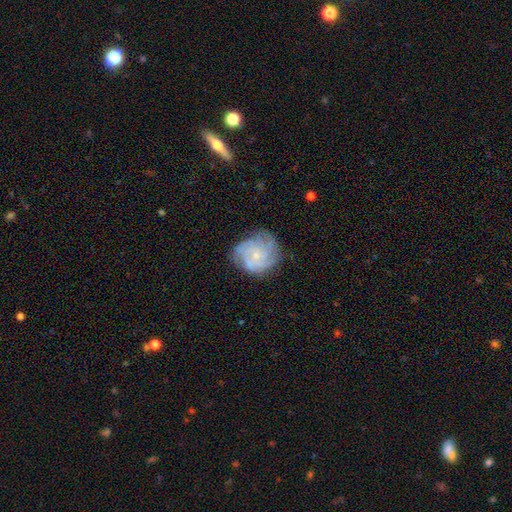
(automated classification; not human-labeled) A featured or disk galaxy (76%) with no bar (79%), 4 (29%) tight (67%) spiral arms (95%) and a small central bulge (76%). Merging: none (73%).